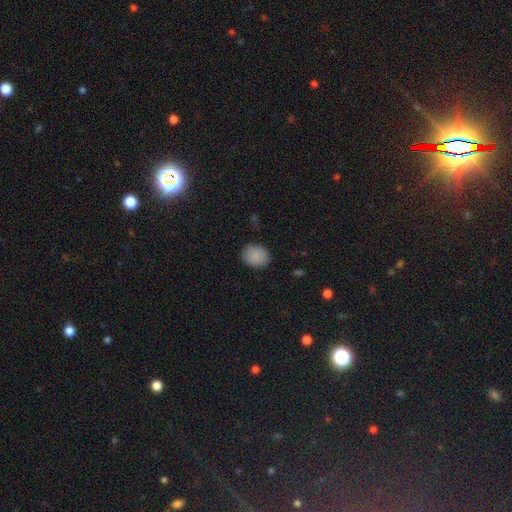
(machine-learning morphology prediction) Q: Smooth or featured?
A: smooth (89%); runner-up: star or artifact (8%)
Q: How rounded?
A: round (57%); runner-up: in between (42%)
Q: Merging?
A: none (88%); runner-up: minor disturbance (8%)